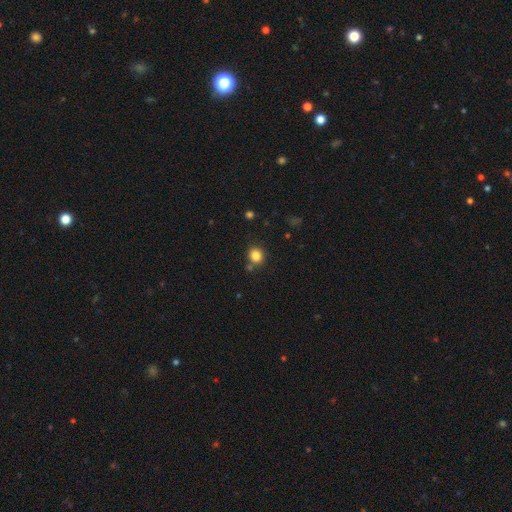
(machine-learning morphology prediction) Smooth or featured? smooth (84%)
How rounded? round (83%)
Merging? none (79%)